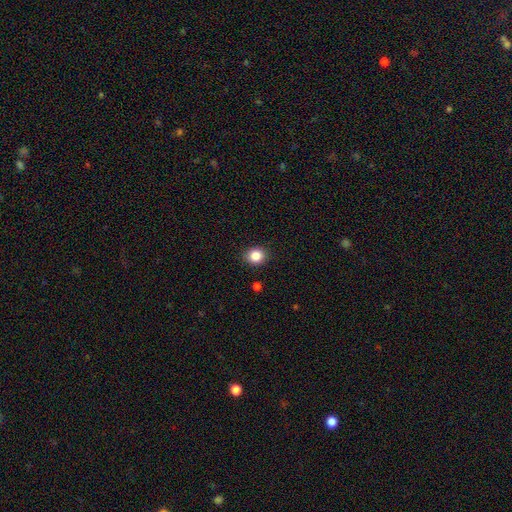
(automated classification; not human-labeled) A smooth galaxy with no disk features (84%) that is round (78%).

Vote fractions:
- Smooth or featured? smooth: 84% / star or artifact: 11% / featured or disk: 5%
- How rounded? round: 78% / in between: 21% / cigar-shaped: 1%
- Merging? none: 90% / minor disturbance: 7% / major disturbance: 2% / merger: 1%